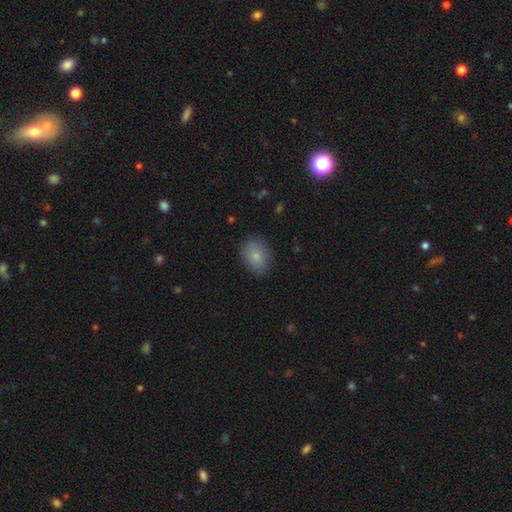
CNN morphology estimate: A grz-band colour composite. It shows a smooth galaxy with no disk features (85%) that is in between round and cigar-shaped (70%). Merging: none (84%).